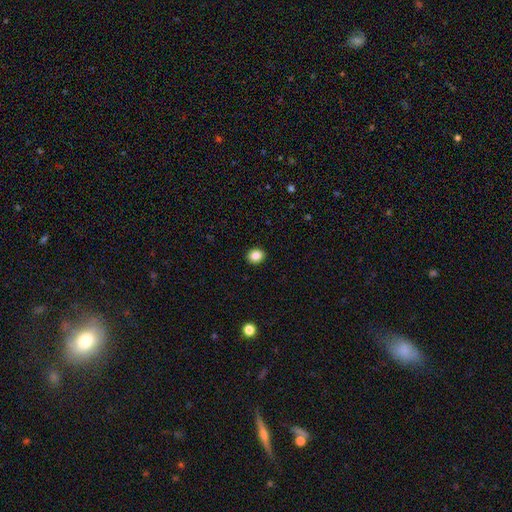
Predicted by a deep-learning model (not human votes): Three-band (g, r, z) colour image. It shows a smooth galaxy with no disk features (86%) that is round (70%). Merging: none (92%).